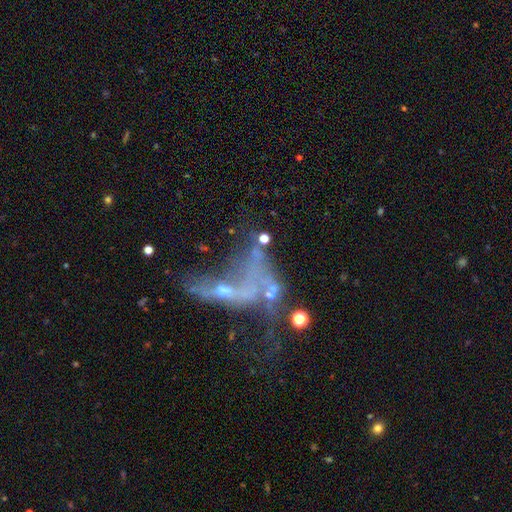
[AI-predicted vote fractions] Q: Smooth or featured?
A: featured or disk (60%); runner-up: star or artifact (23%)
Q: Edge-on disk?
A: no (91%); runner-up: yes (9%)
Q: Bar?
A: no (86%); runner-up: weak (10%)
Q: Spiral arms?
A: no (85%); runner-up: yes (15%)
Q: Bulge size?
A: none (54%); runner-up: small (28%)
Q: Merging?
A: merger (38%); runner-up: major disturbance (37%)